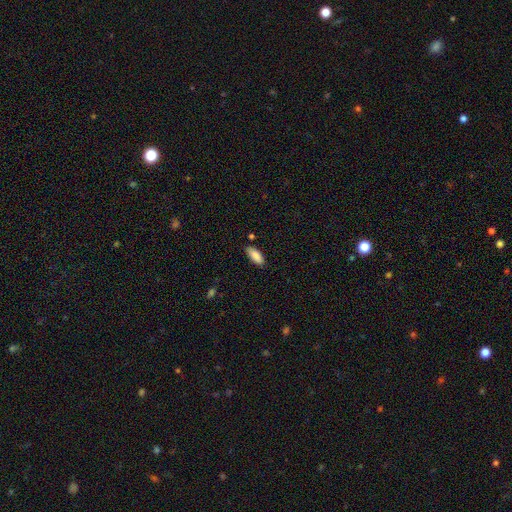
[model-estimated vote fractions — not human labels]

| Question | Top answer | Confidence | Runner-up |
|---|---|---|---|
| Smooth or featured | smooth | 88% | star or artifact (6%) |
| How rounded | in between | 79% | cigar-shaped (19%) |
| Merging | none | 80% | minor disturbance (15%) |